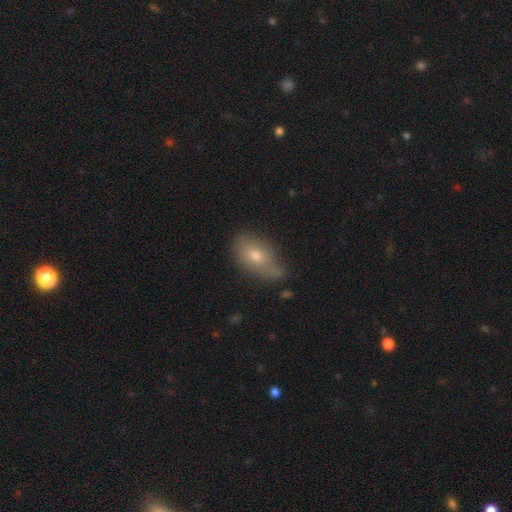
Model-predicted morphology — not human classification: A smooth galaxy with no disk features (71%) that is in between round and cigar-shaped (88%). Merging: none (56%).